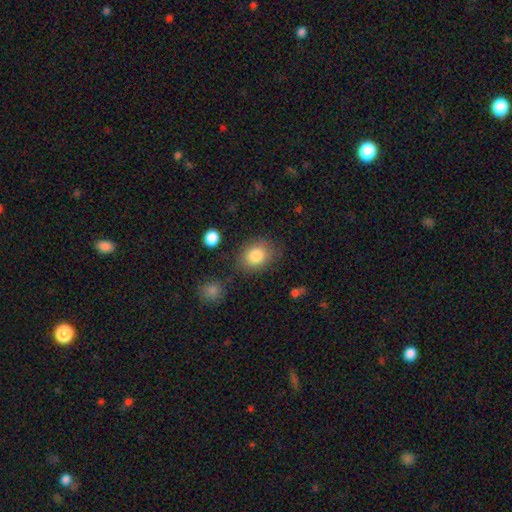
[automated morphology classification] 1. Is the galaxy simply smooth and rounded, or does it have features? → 84% smooth, 8% star or artifact, 8% featured or disk.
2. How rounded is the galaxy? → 52% in between, 47% round, 1% cigar-shaped.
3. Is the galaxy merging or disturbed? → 74% none, 16% minor disturbance, 5% major disturbance, 5% merger.